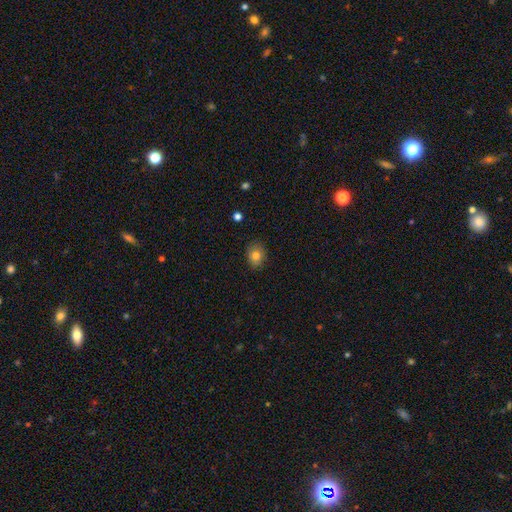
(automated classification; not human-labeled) Smooth or featured?
  - smooth: 80% *
  - star or artifact: 10%
  - featured or disk: 9%
How rounded?
  - in between: 53% *
  - round: 46%
  - cigar-shaped: 1%
Merging?
  - none: 85% *
  - minor disturbance: 12%
  - major disturbance: 2%
  - merger: 1%